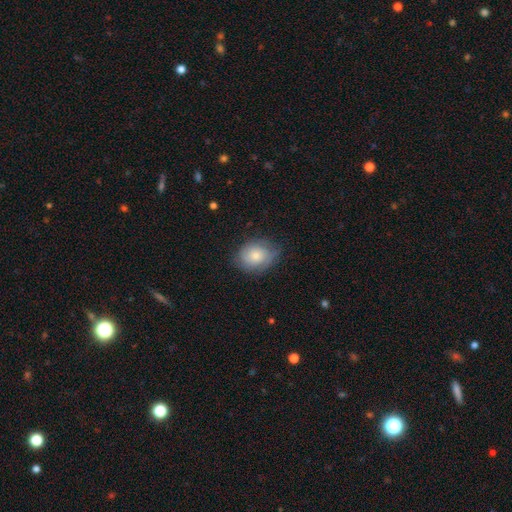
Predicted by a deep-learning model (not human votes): A smooth galaxy with no disk features (66%) that is round (51%). Merging: none (67%).